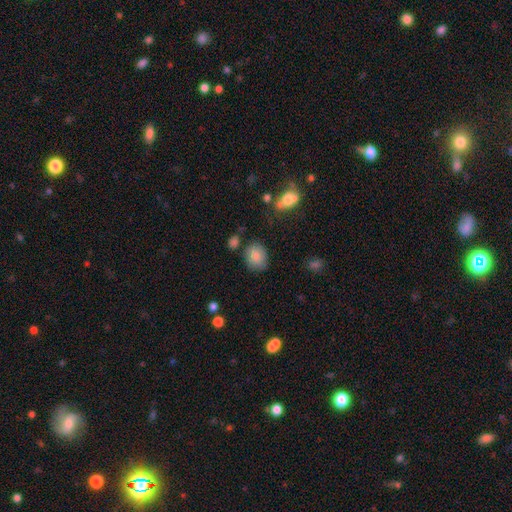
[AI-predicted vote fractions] Q: Smooth or featured?
A: smooth (84%); runner-up: star or artifact (8%)
Q: How rounded?
A: round (50%); runner-up: in between (49%)
Q: Merging?
A: none (74%); runner-up: minor disturbance (17%)